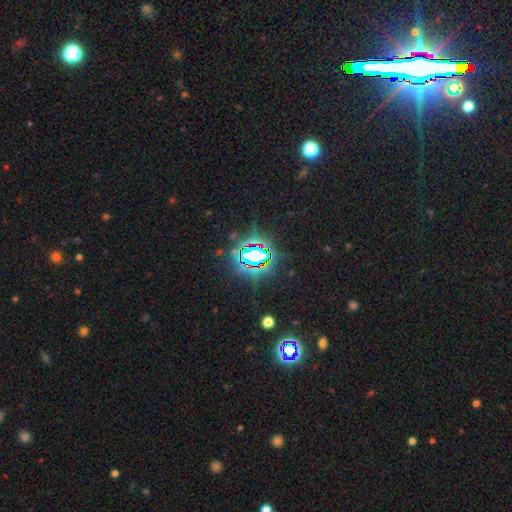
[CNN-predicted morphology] smooth-or-featured: star or artifact: 77% | smooth: 13% | featured or disk: 11%